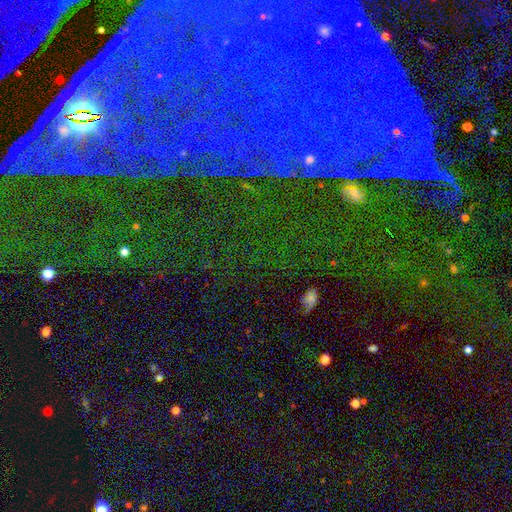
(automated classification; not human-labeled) star or artifact 58%, smooth 21%, featured or disk 21%.